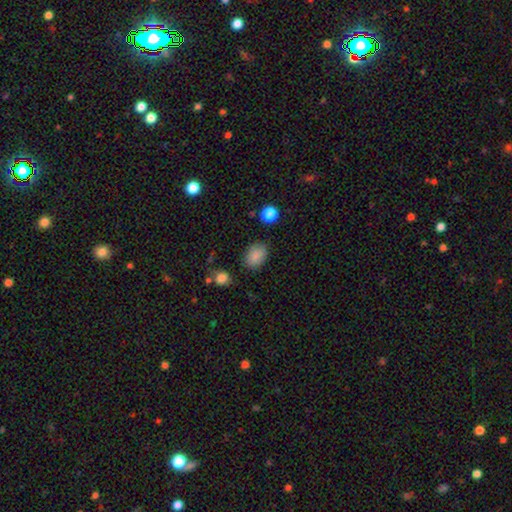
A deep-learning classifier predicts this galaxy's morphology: A smooth galaxy with no disk features (86%) that is in between round and cigar-shaped (74%). Merging: none (81%).